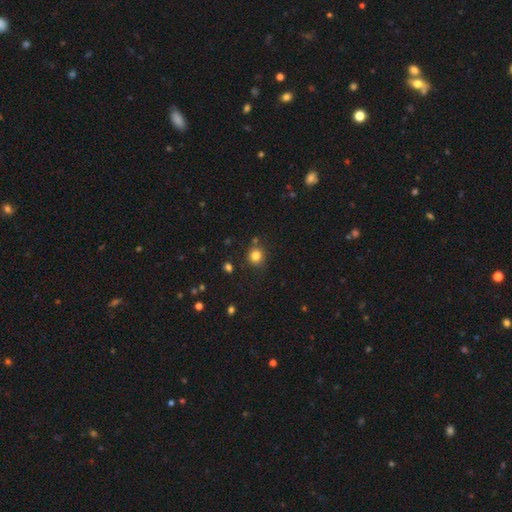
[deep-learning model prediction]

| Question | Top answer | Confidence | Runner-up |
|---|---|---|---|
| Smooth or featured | smooth | 81% | star or artifact (13%) |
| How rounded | round | 87% | in between (12%) |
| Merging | none | 81% | minor disturbance (11%) |